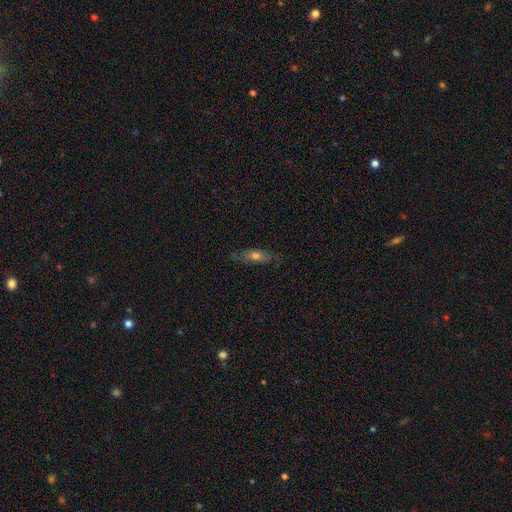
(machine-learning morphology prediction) smooth_or_featured: smooth (p=0.59) [alt: featured or disk p=0.32]
how_rounded: in between (p=0.56) [alt: cigar-shaped p=0.40]
merging: none (p=0.75) [alt: minor disturbance p=0.19]